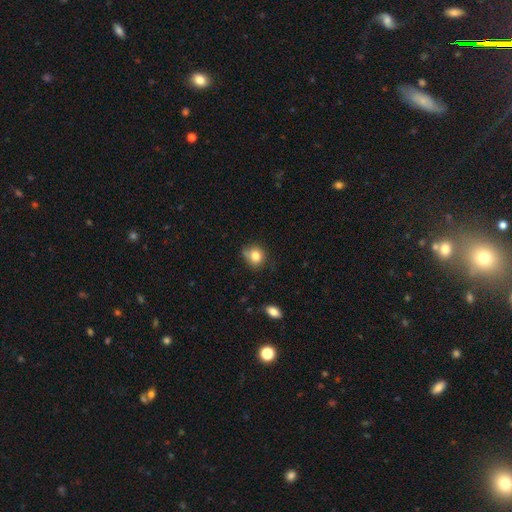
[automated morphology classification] This is clearly a smooth galaxy (81%). How rounded: likely round (74%). Merging: possibly none (58%).